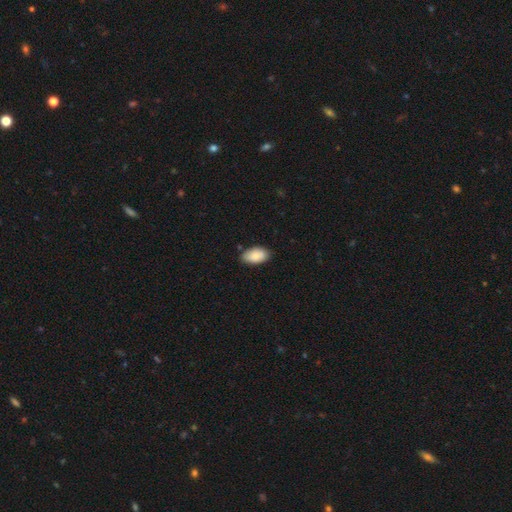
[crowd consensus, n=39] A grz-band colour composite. It shows a smooth galaxy with no disk features (82%) that is in between round and cigar-shaped (91%). Merging: none (69%).